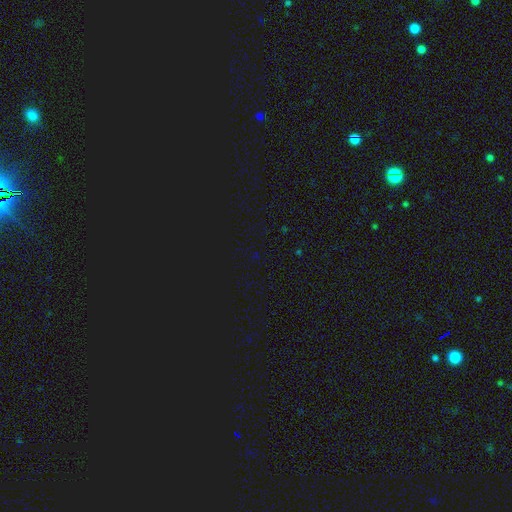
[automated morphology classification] type=star or artifact (76%).